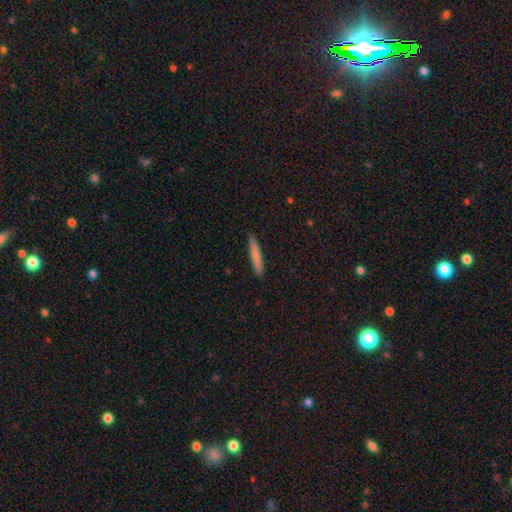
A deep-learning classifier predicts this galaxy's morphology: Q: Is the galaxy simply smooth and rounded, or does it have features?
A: smooth — 79%.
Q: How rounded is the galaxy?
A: cigar-shaped — 94%.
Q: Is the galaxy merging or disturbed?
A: none — 91%.